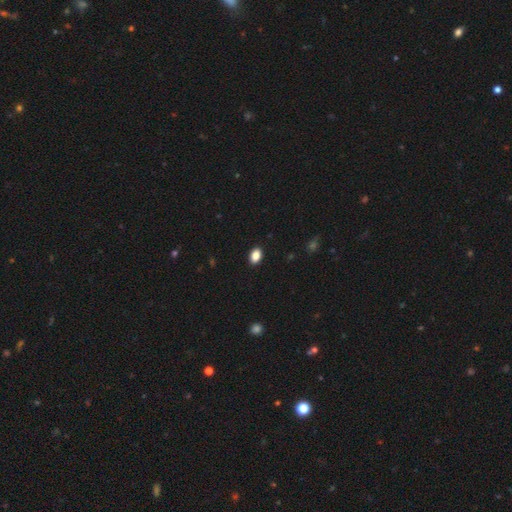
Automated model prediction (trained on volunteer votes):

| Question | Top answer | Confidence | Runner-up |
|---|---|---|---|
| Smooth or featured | smooth | 88% | star or artifact (8%) |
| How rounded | in between | 88% | round (11%) |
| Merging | none | 90% | minor disturbance (7%) |